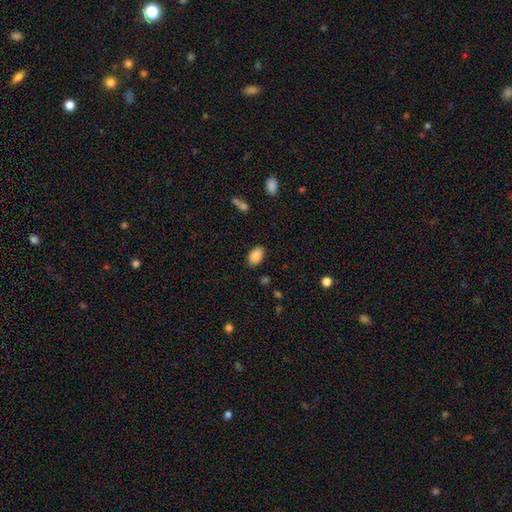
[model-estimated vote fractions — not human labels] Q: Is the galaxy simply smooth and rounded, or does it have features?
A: smooth — 87%.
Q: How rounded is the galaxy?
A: in between — 91%.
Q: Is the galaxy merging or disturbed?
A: none — 85%.